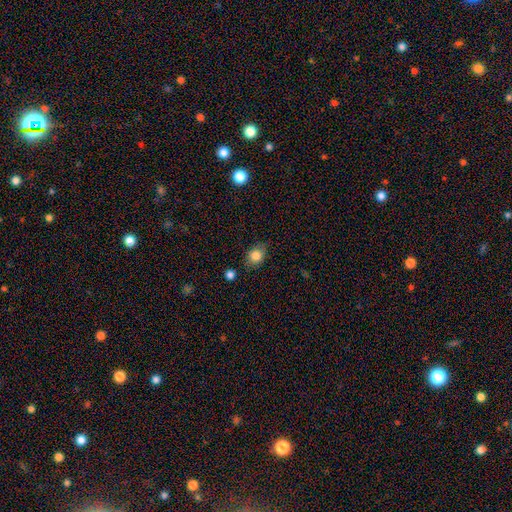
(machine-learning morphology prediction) Smooth or featured?
  - smooth: 82% *
  - star or artifact: 9%
  - featured or disk: 8%
How rounded?
  - in between: 56% *
  - round: 42%
  - cigar-shaped: 2%
Merging?
  - none: 75% *
  - minor disturbance: 18%
  - major disturbance: 4%
  - merger: 2%